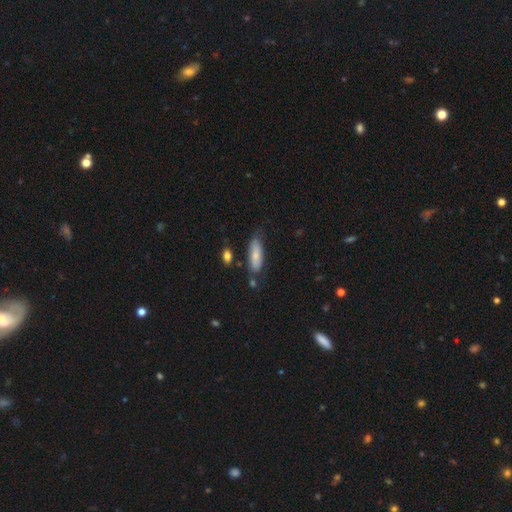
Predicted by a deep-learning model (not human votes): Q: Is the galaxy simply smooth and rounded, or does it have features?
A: smooth — 75%.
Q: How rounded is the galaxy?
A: in between — 62%.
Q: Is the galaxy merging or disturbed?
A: none — 66%.